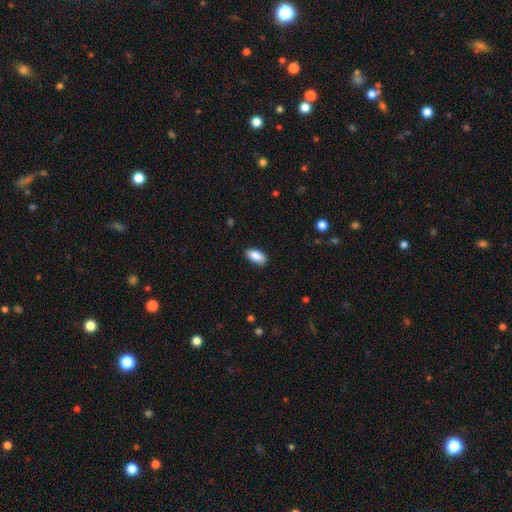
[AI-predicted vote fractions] Smooth or featured? Predicted: smooth (p=0.88). How rounded? Predicted: in between (p=0.91). Merging? Predicted: none (p=0.85).